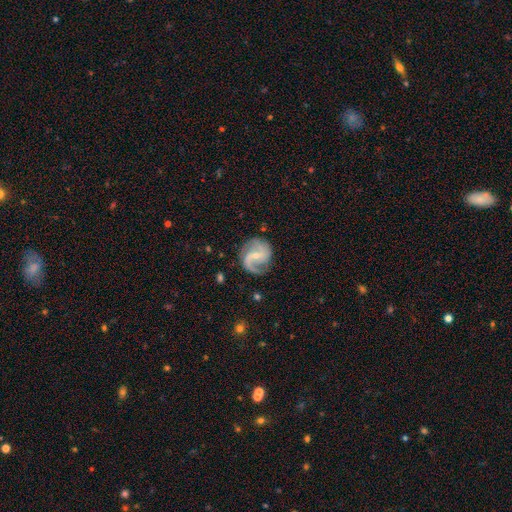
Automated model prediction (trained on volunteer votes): This appears to be a featured or disk galaxy (87%) with a weak bar (49%), 2 (85%) medium (50%) spiral arms (97%) and a small central bulge (65%). Merging: none (75%).